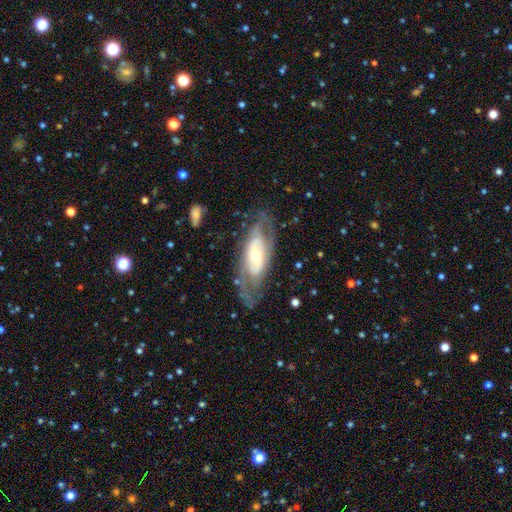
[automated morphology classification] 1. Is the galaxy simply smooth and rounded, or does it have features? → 75% featured or disk, 19% smooth, 6% star or artifact.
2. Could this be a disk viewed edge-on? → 86% no, 14% yes.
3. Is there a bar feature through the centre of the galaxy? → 46% no, 34% weak, 20% strong.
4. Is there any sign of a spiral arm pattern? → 77% yes, 23% no.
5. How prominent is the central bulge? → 47% moderate, 41% small, 8% large, 1% dominant, 1% none.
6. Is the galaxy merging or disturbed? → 68% none, 18% minor disturbance, 12% major disturbance, 2% merger.